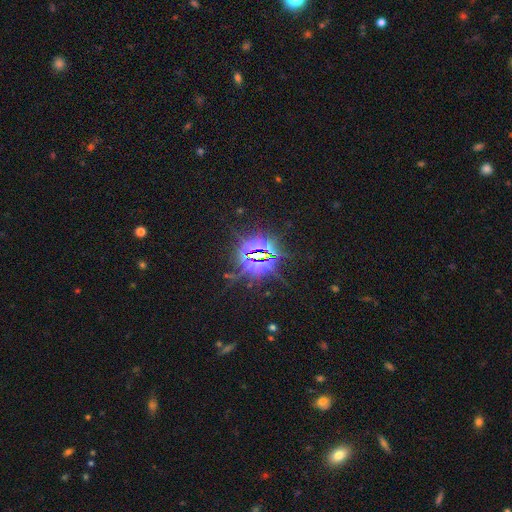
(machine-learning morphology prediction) Q: Smooth or featured?
A: star or artifact (86%); runner-up: featured or disk (7%)